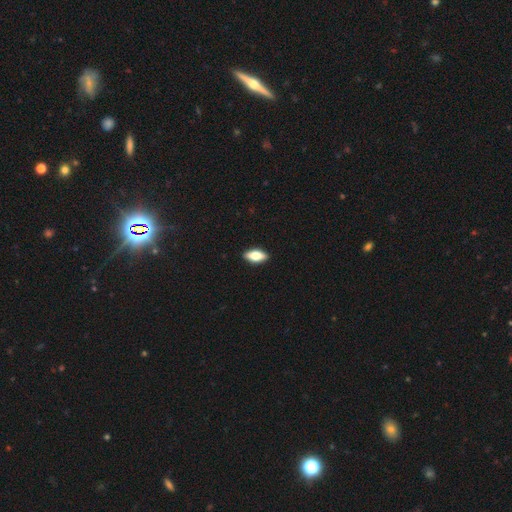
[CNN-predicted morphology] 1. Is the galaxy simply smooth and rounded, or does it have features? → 70% smooth, 24% featured or disk, 7% star or artifact.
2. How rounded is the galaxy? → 84% in between, 12% cigar-shaped, 3% round.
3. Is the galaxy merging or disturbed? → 90% none, 7% minor disturbance, 2% major disturbance, 1% merger.